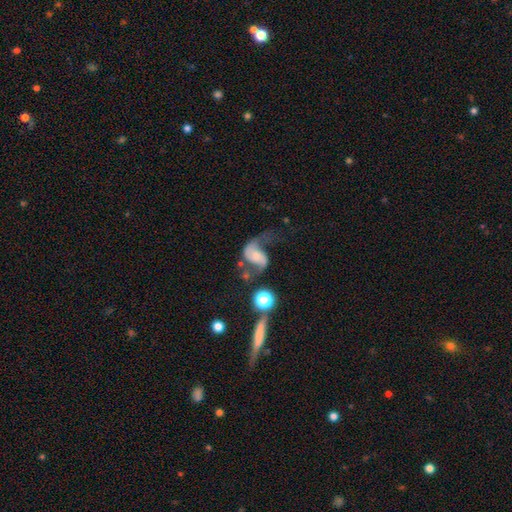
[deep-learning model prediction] featured or disk 80%, smooth 12%, star or artifact 8%. Down the decision tree: edge-on disk — no (97%); bar — no (52%); spiral arms — yes (94%); spiral arm count — 2 (88%); spiral winding — loose (68%); bulge size — small (39%); merging — none (40%).